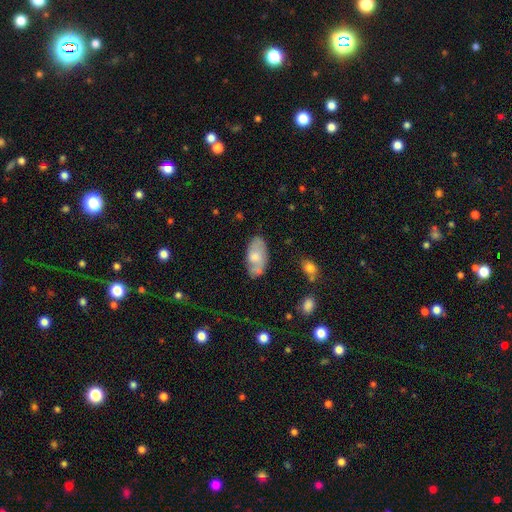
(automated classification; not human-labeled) Smooth or featured? smooth (61%)
How rounded? in between (94%)
Merging? none (55%)